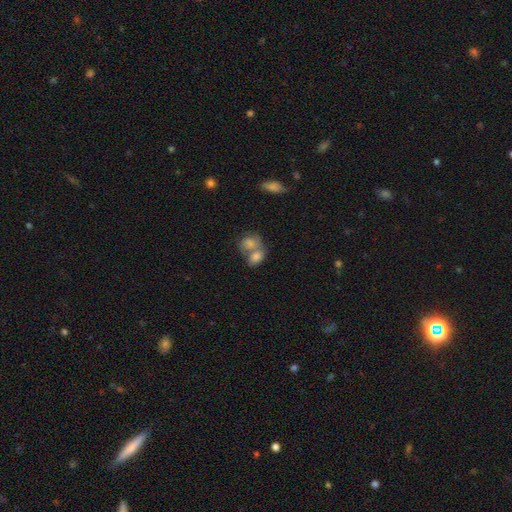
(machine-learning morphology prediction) smooth_or_featured: smooth (p=0.71) [alt: featured or disk p=0.19]
how_rounded: in between (p=0.67) [alt: round p=0.30]
merging: merger (p=0.62) [alt: none p=0.24]